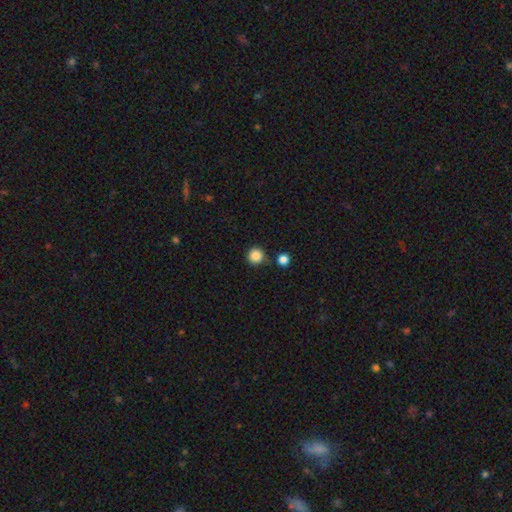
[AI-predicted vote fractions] A smooth galaxy with no disk features (86%) that is round (96%). Merging: none (81%).